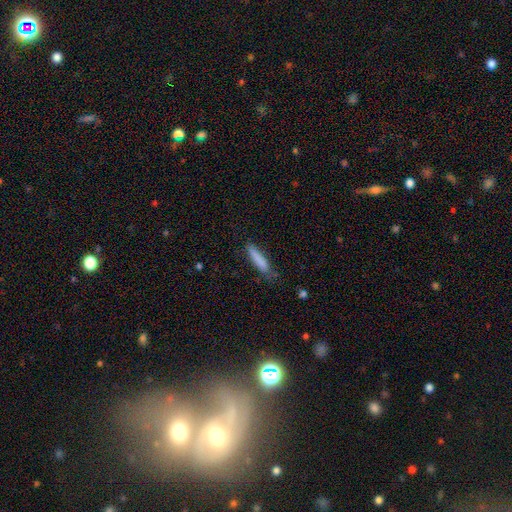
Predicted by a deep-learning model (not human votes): This is likely a smooth galaxy (80%). How rounded: clearly cigar-shaped (88%). Merging: likely none (73%).